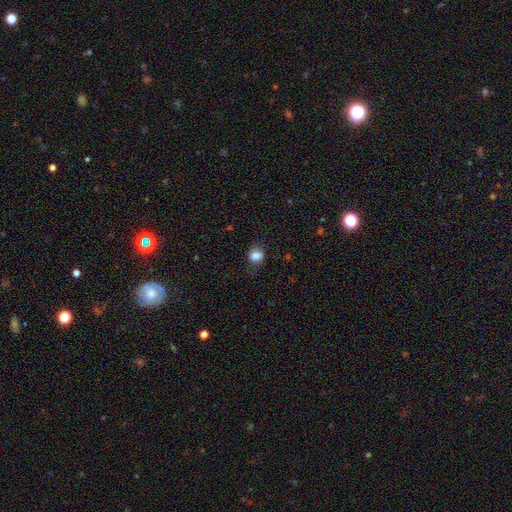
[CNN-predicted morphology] Smooth or featured? smooth (82%)
How rounded? round (63%)
Merging? none (77%)